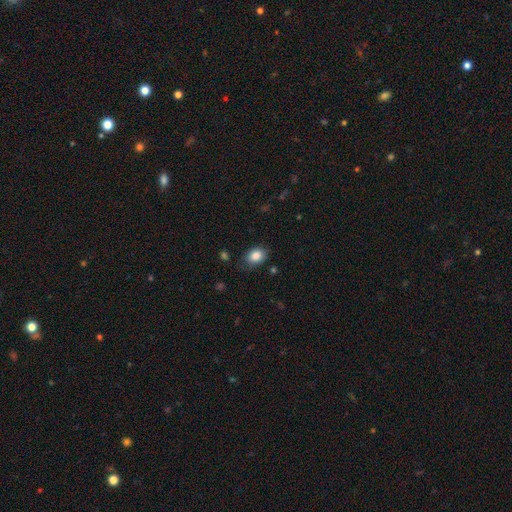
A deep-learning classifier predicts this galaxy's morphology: Overall: smooth (86%). How rounded: in between (68%; round 31%). Merging: none (73%).